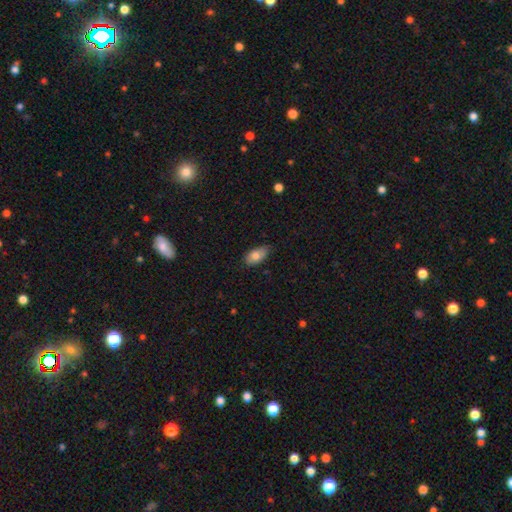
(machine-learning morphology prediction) Smooth or featured? Predicted: smooth (p=0.78). How rounded? Predicted: in between (p=0.91). Merging? Predicted: none (p=0.68).